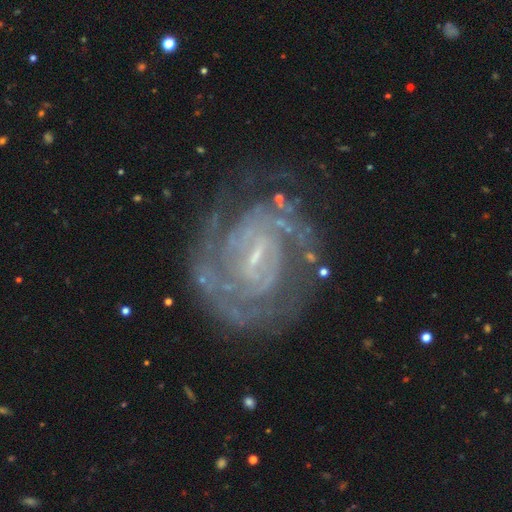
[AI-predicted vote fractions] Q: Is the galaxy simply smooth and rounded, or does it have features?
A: featured or disk — 90%.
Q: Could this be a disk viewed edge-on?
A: no — 98%.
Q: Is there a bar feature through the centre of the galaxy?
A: weak — 53%.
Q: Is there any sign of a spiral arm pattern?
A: yes — 97%.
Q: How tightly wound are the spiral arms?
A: tight — 69%.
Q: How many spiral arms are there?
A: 2 — 49%.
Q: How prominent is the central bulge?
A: small — 69%.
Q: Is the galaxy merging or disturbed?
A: none — 73%.